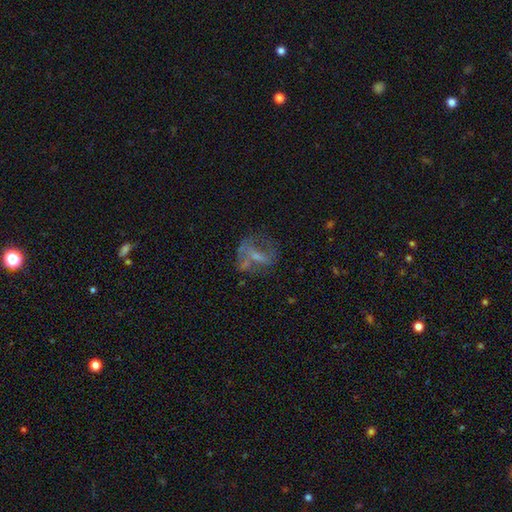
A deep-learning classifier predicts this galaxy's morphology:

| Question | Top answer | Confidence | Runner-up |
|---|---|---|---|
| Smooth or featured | featured or disk | 55% | smooth (30%) |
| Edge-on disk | no | 95% | yes (5%) |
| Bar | no | 44% | weak (37%) |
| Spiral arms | no | 65% | yes (35%) |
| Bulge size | small | 49% | none (28%) |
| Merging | none | 42% | major disturbance (32%) |